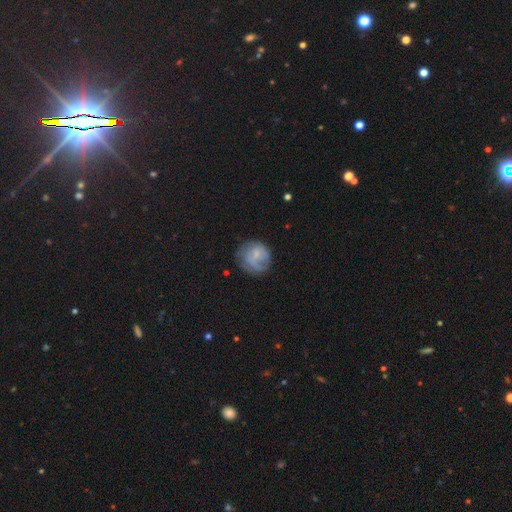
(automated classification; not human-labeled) Smooth or featured: smooth — 54% (featured or disk — 38%)
How rounded: round — 81% (in between — 18%)
Merging: none — 56% (minor disturbance — 24%)